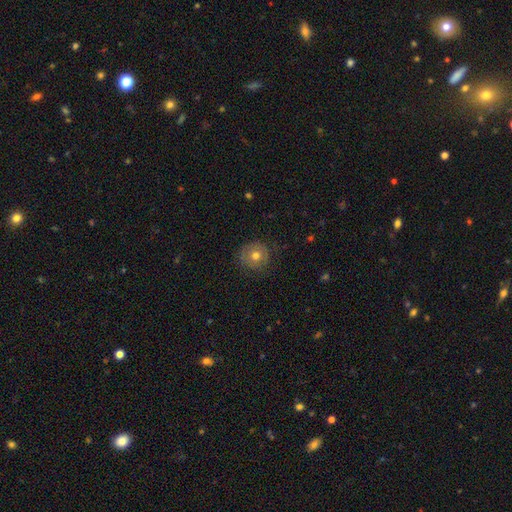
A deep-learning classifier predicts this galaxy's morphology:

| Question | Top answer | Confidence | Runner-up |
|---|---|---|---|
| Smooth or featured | smooth | 65% | featured or disk (25%) |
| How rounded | round | 92% | in between (7%) |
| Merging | none | 79% | minor disturbance (15%) |